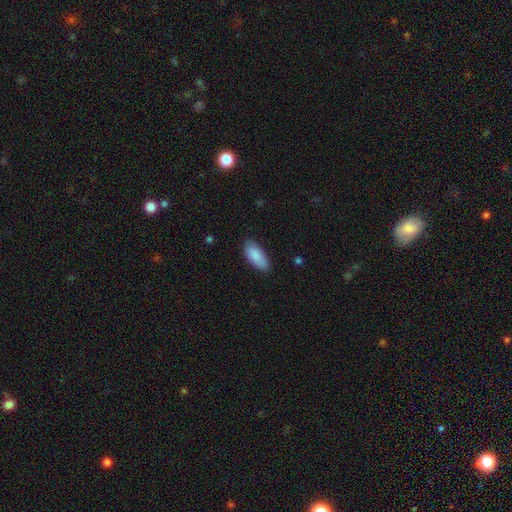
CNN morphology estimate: This appears to be a smooth galaxy with no disk features (88%) that is in between round and cigar-shaped (86%). Merging: none (80%).